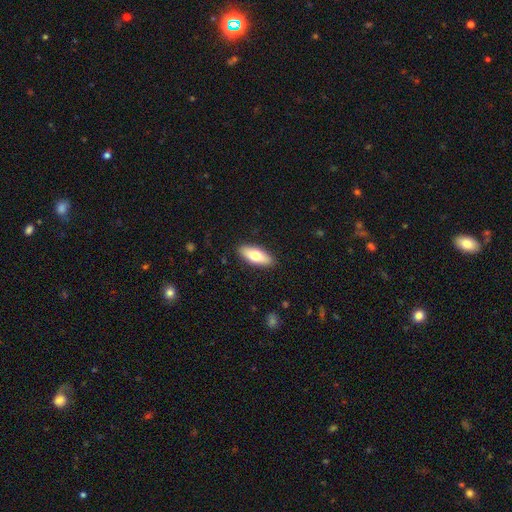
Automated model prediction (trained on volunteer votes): smooth_or_featured: smooth (p=0.69) [alt: featured or disk p=0.25]
how_rounded: in between (p=0.74) [alt: cigar-shaped p=0.23]
merging: none (p=0.89) [alt: minor disturbance p=0.08]